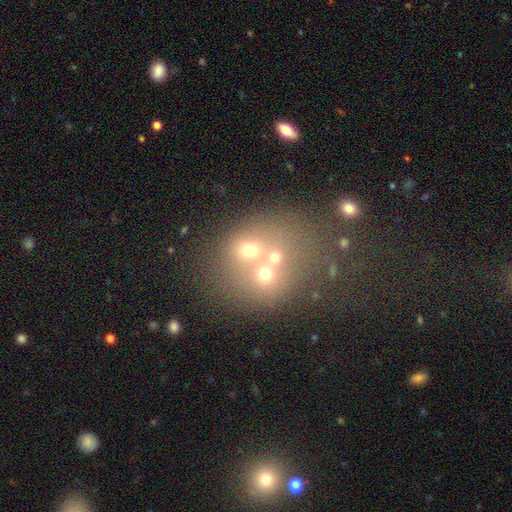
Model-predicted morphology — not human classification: Smooth or featured?
  - smooth: 47% *
  - featured or disk: 31%
  - star or artifact: 23%
Merging?
  - merger: 57% *
  - none: 29%
  - minor disturbance: 8%
  - major disturbance: 7%